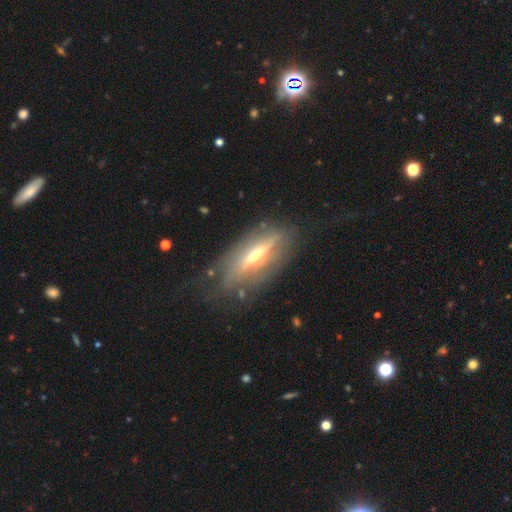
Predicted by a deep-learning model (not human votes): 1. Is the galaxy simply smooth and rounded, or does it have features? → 69% featured or disk, 25% smooth, 7% star or artifact.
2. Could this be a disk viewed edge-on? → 73% yes, 27% no.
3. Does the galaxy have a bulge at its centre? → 81% rounded, 10% none, 8% boxy.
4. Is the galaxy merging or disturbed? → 65% none, 21% minor disturbance, 12% major disturbance, 2% merger.